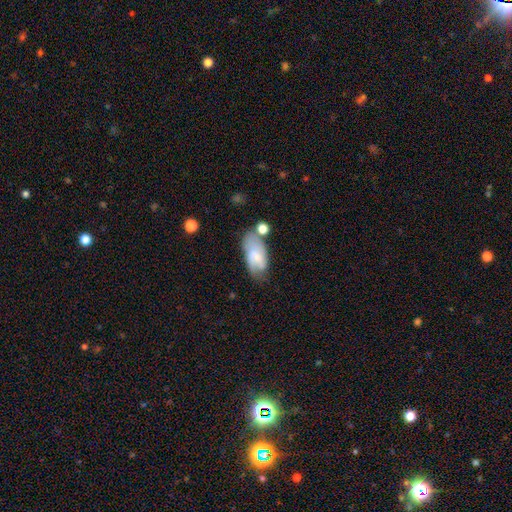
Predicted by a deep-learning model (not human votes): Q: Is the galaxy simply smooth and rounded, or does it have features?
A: smooth — 53%.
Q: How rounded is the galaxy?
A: in between — 89%.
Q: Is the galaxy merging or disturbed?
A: none — 49%.